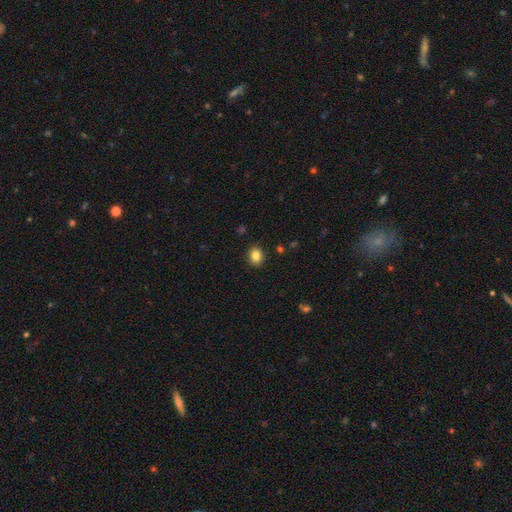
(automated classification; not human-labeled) Smooth or featured? Predicted: smooth (p=0.84). How rounded? Predicted: round (p=0.56). Merging? Predicted: none (p=0.90).